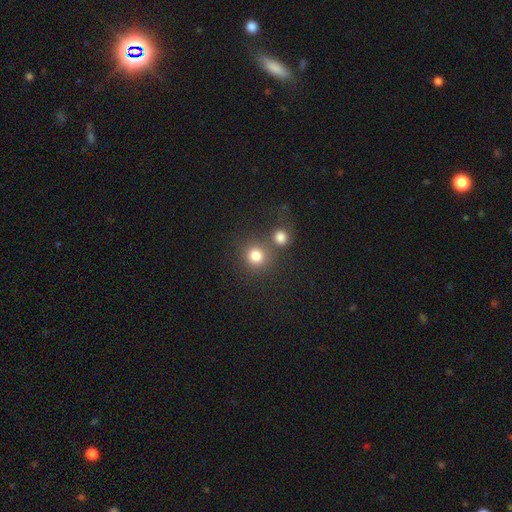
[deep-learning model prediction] Morphology: type=smooth (80%); roundness=round (88%); merging=none (61%).